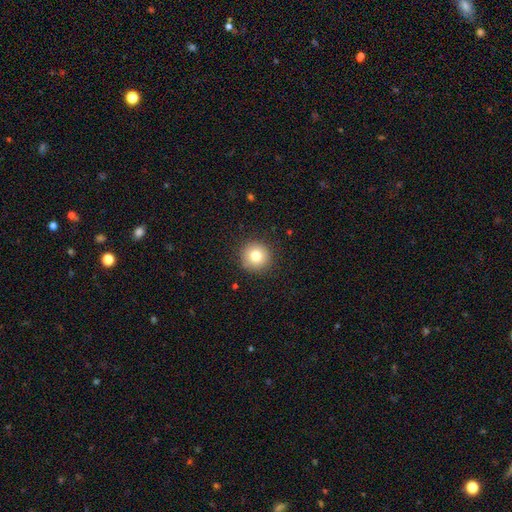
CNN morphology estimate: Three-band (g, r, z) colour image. It shows a smooth galaxy with no disk features (81%) that is round (95%). Merging: none (90%).